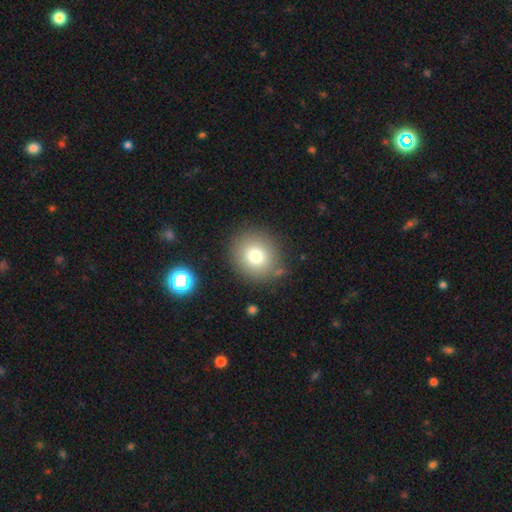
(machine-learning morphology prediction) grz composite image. It shows a smooth galaxy with no disk features (78%) that is round (85%). Merging: none (85%).